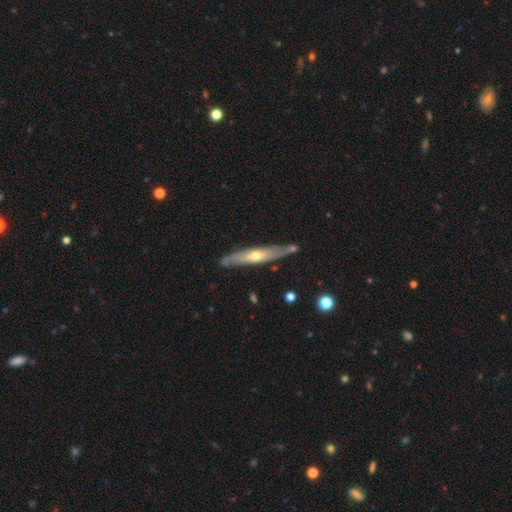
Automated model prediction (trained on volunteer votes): A featured or disk galaxy (69%) viewed edge-on (81%) with a rounded central bulge (79%). Merging: none (81%).